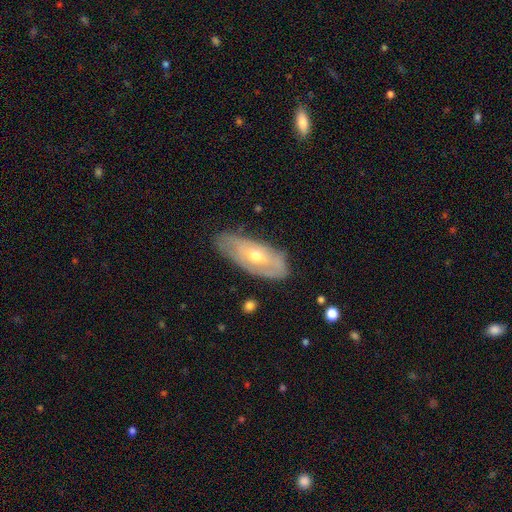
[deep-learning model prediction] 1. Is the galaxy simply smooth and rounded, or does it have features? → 58% featured or disk, 36% smooth, 6% star or artifact.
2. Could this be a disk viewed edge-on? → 81% no, 19% yes.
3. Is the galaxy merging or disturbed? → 66% none, 26% minor disturbance, 7% major disturbance, 2% merger.